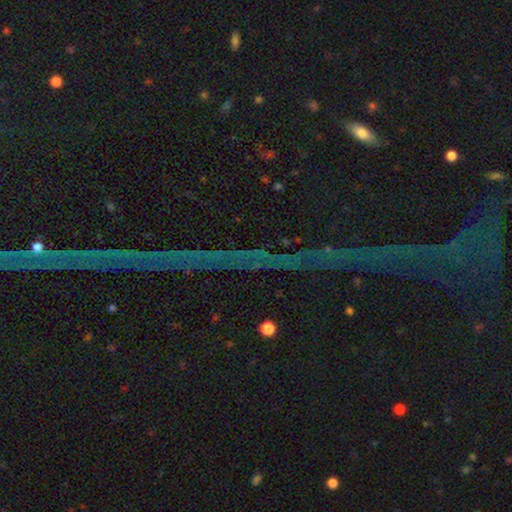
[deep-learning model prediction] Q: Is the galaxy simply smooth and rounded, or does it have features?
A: star or artifact — 81%.